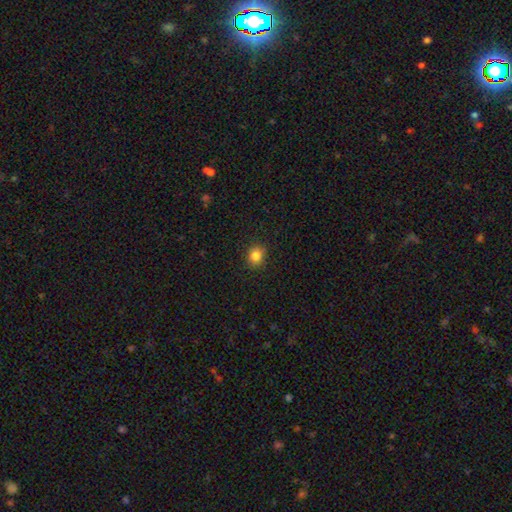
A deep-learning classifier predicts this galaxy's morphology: Smooth or featured?
  - smooth: 84% *
  - star or artifact: 11%
  - featured or disk: 4%
How rounded?
  - round: 76% *
  - in between: 23%
  - cigar-shaped: 1%
Merging?
  - none: 89% *
  - minor disturbance: 8%
  - major disturbance: 2%
  - merger: 1%